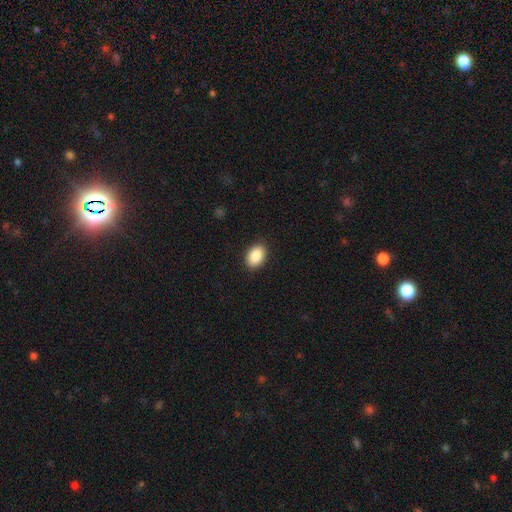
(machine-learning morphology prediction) Overall: smooth (89%). How rounded: in between (85%). Merging: none (89%).